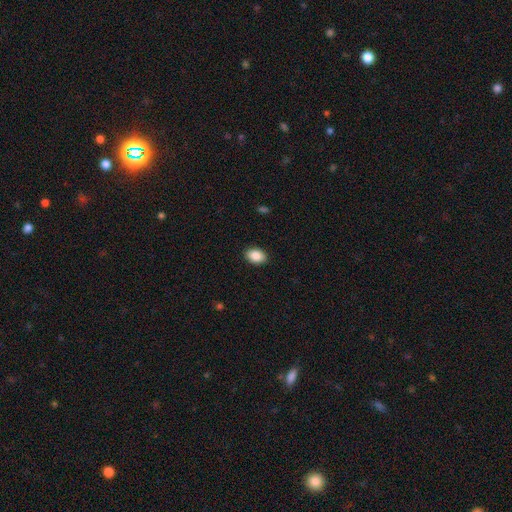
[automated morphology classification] Smooth or featured: smooth — 88% (star or artifact — 7%)
How rounded: in between — 82% (round — 17%)
Merging: none — 90% (minor disturbance — 7%)